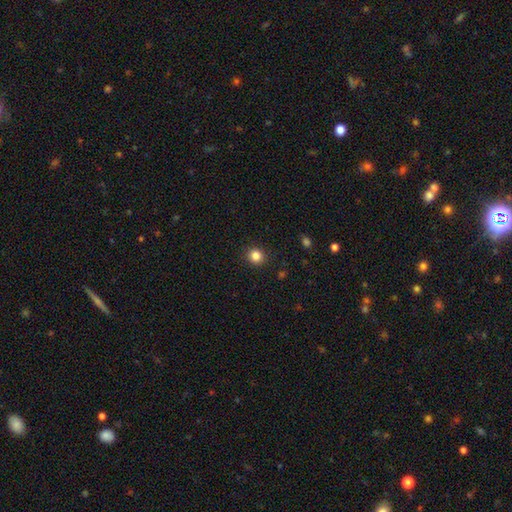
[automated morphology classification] A smooth galaxy with no disk features (84%) that is round (89%).

Vote fractions:
- Smooth or featured? smooth: 84% / star or artifact: 12% / featured or disk: 4%
- How rounded? round: 89% / in between: 10% / cigar-shaped: 1%
- Merging? none: 92% / minor disturbance: 6% / major disturbance: 2% / merger: 1%